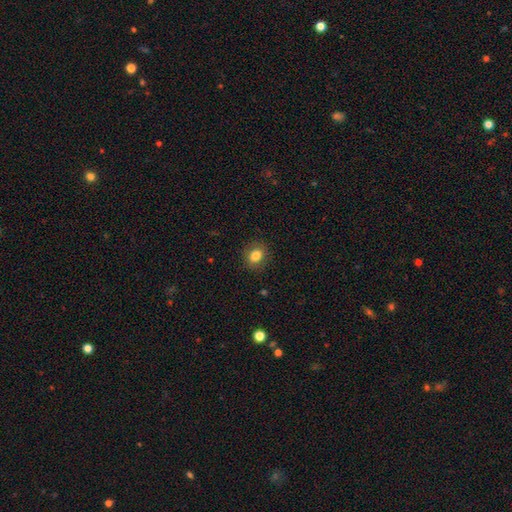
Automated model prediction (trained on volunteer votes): Q: Smooth or featured?
A: smooth (82%); runner-up: star or artifact (10%)
Q: How rounded?
A: round (58%); runner-up: in between (41%)
Q: Merging?
A: none (86%); runner-up: minor disturbance (10%)